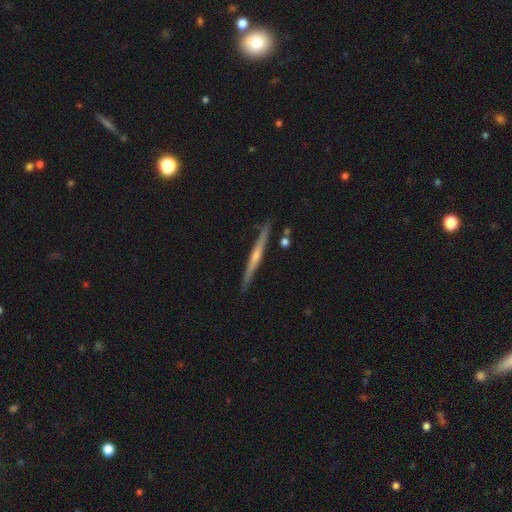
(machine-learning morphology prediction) Smooth or featured? Predicted: featured or disk (p=0.75). Edge-on disk? Predicted: yes (p=0.98). Edge-on bulge? Predicted: rounded (p=0.72). Merging? Predicted: none (p=0.88).